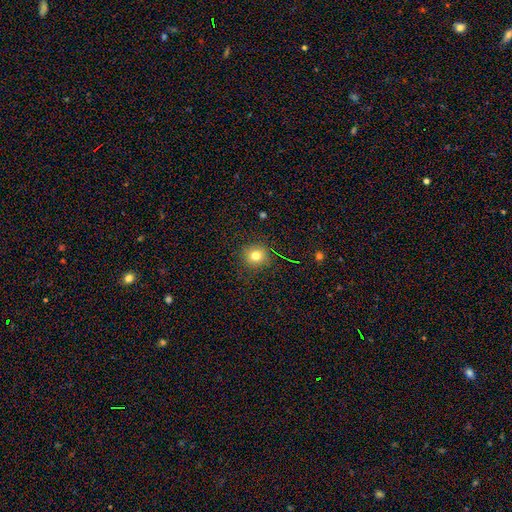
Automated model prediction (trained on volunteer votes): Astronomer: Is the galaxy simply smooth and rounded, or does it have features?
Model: smooth — 77%.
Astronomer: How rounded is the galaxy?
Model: round — 90%.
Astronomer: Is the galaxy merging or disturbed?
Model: none — 89%.